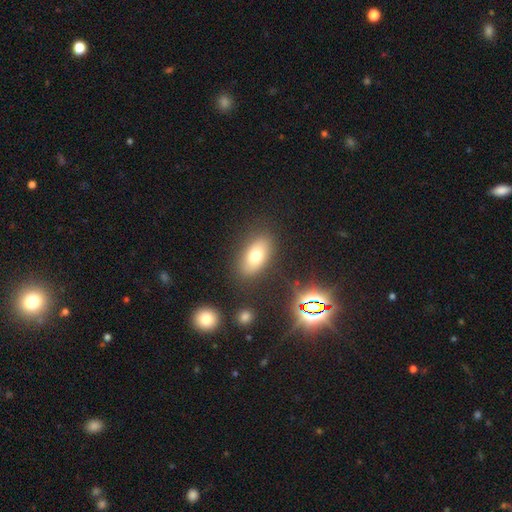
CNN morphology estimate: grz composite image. It shows a smooth galaxy with no disk features (71%) that is in between round and cigar-shaped (88%). Merging: none (84%).